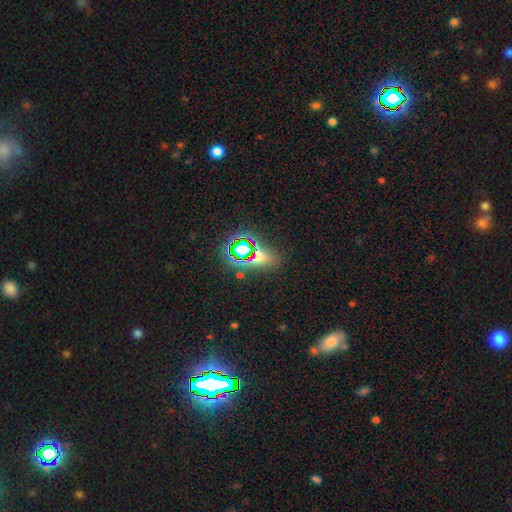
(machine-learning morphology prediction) A star or artifact, not a galaxy (49%).

Vote fractions:
- Smooth or featured? star or artifact: 49% / smooth: 40% / featured or disk: 11%